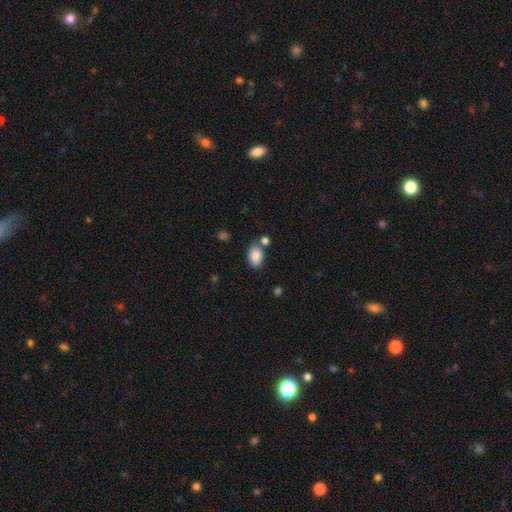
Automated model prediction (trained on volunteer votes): A smooth galaxy with no disk features (88%) that is in between round and cigar-shaped (88%). Merging: none (72%).